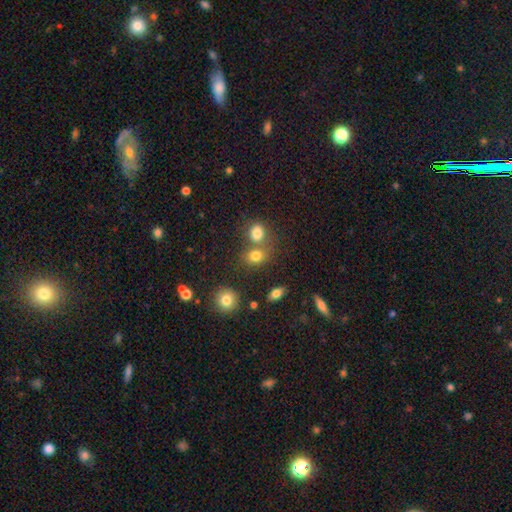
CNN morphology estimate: smooth_or_featured: smooth (p=0.78) [alt: star or artifact p=0.14]
how_rounded: round (p=0.57) [alt: in between p=0.42]
merging: none (p=0.52) [alt: merger p=0.34]